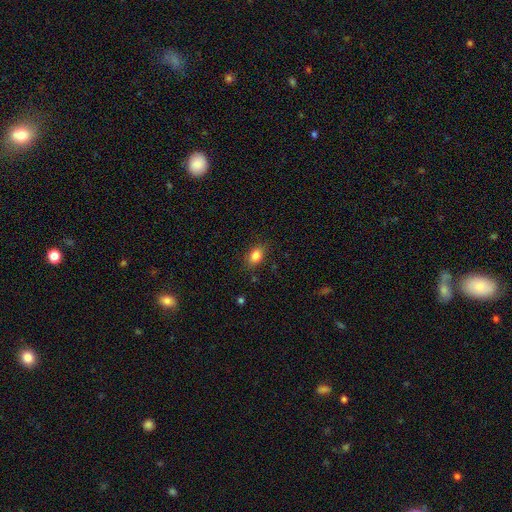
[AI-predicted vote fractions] The model was most divided on "how rounded": in between: 82%, round: 16%, cigar-shaped: 2%. More confident: smooth or featured — smooth (84%); merging — none (84%).